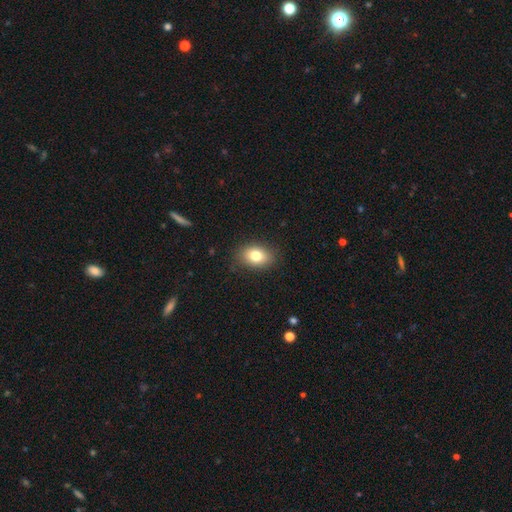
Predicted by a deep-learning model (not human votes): Q: Smooth or featured?
A: smooth (79%); runner-up: featured or disk (12%)
Q: How rounded?
A: in between (76%); runner-up: round (22%)
Q: Merging?
A: none (85%); runner-up: minor disturbance (11%)